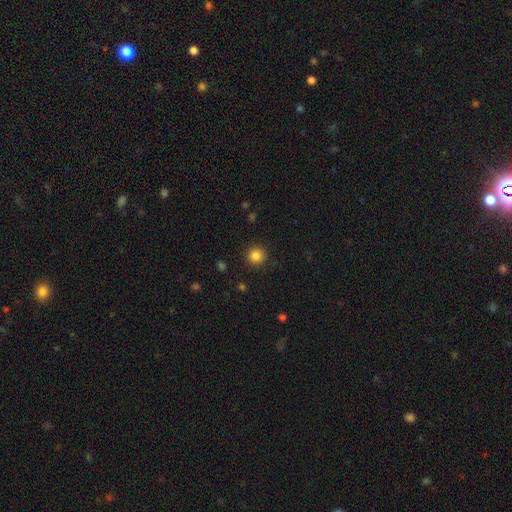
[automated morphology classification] Q: Smooth or featured?
A: smooth (85%); runner-up: star or artifact (11%)
Q: How rounded?
A: round (94%); runner-up: in between (5%)
Q: Merging?
A: none (91%); runner-up: minor disturbance (6%)